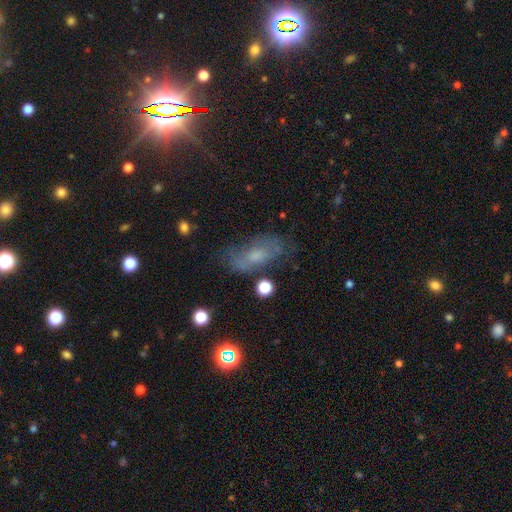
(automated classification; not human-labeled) Overall: smooth (45%; featured or disk 39%). Merging: none (61%; minor disturbance 23%).